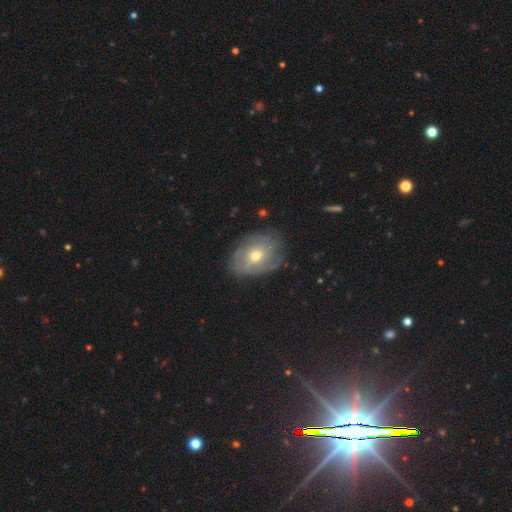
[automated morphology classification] Smooth or featured? featured or disk (61%)
Edge-on disk? no (95%)
Bar? no (78%)
Spiral arms? yes (74%)
Bulge size? moderate (60%)
Merging? none (73%)